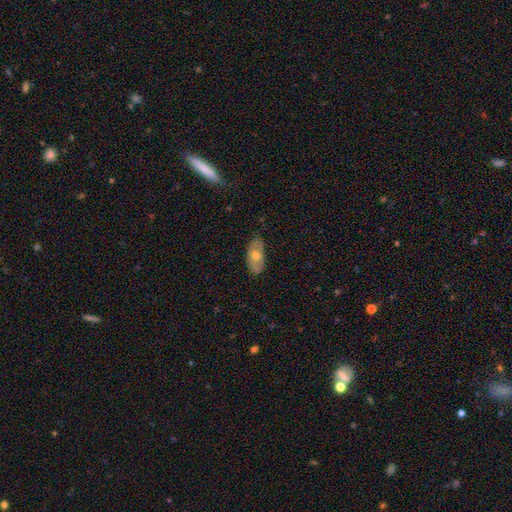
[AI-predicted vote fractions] smooth-or-featured: smooth: 48% | featured or disk: 44% | star or artifact: 7%
  merging: none: 78% | minor disturbance: 18% | major disturbance: 3% | merger: 1%